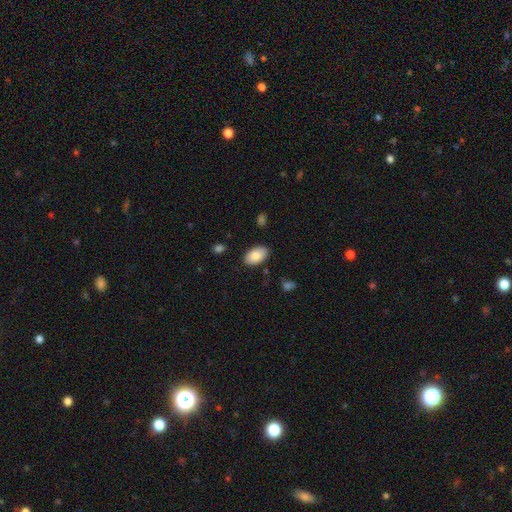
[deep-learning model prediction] Overall: smooth (86%). How rounded: in between (94%). Merging: none (86%).